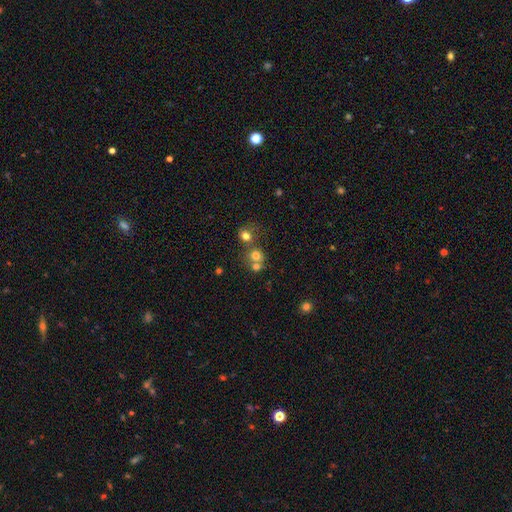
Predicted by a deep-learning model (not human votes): A smooth galaxy with no disk features (71%) that is round (84%). Merging: none (46%).